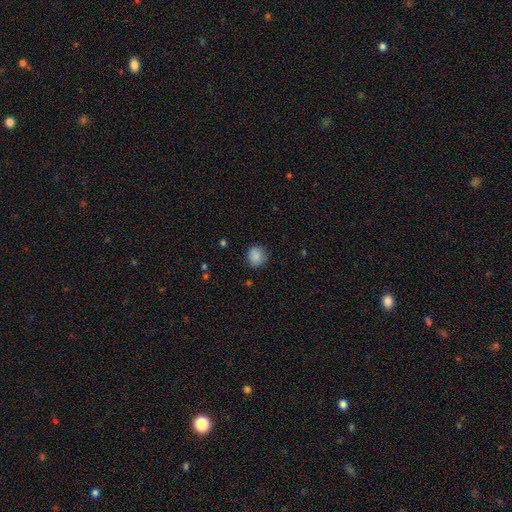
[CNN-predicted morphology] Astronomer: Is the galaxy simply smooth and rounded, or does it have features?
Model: smooth — 87%.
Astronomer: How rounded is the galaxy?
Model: round — 82%.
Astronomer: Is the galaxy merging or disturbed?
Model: none — 83%.